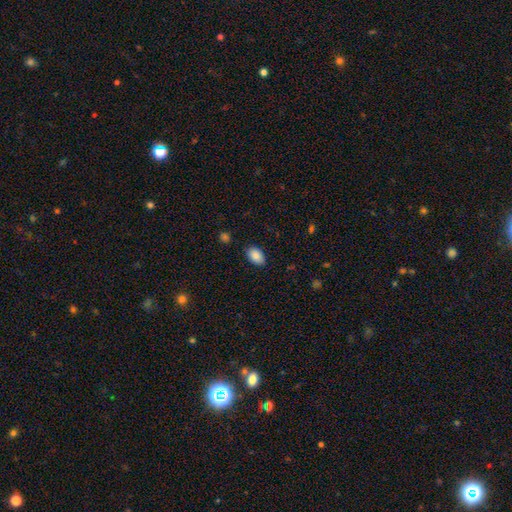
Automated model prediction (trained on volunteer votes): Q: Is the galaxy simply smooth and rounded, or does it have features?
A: smooth — 89%.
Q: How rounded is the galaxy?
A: in between — 91%.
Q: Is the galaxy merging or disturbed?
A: none — 85%.